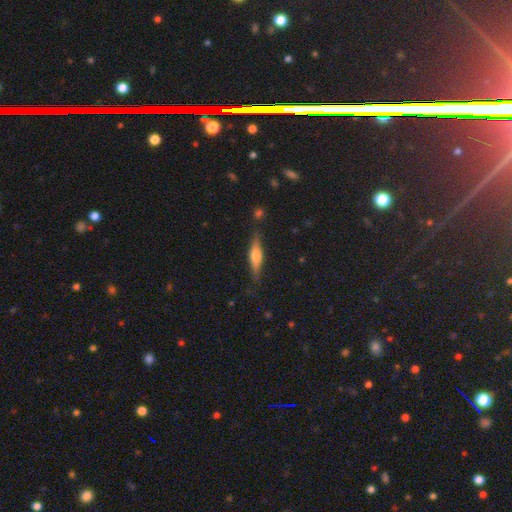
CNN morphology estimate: Smooth or featured?
  - featured or disk: 48% *
  - smooth: 45%
  - star or artifact: 7%
Merging?
  - none: 81% *
  - minor disturbance: 14%
  - major disturbance: 3%
  - merger: 2%